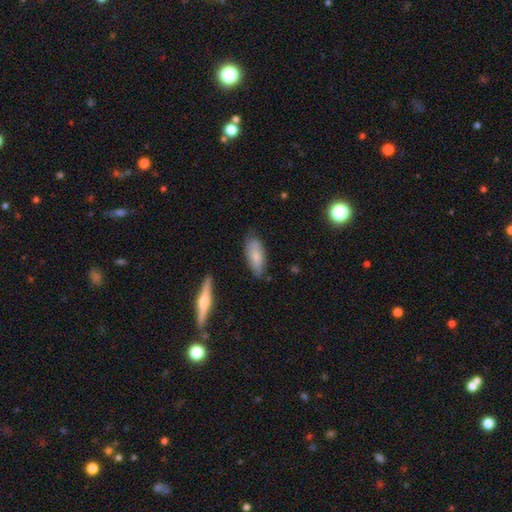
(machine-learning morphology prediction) smooth-or-featured: smooth: 69% | featured or disk: 24% | star or artifact: 7%
  how-rounded: in between: 82% | cigar-shaped: 16% | round: 2%
  merging: none: 70% | minor disturbance: 23% | major disturbance: 4% | merger: 2%